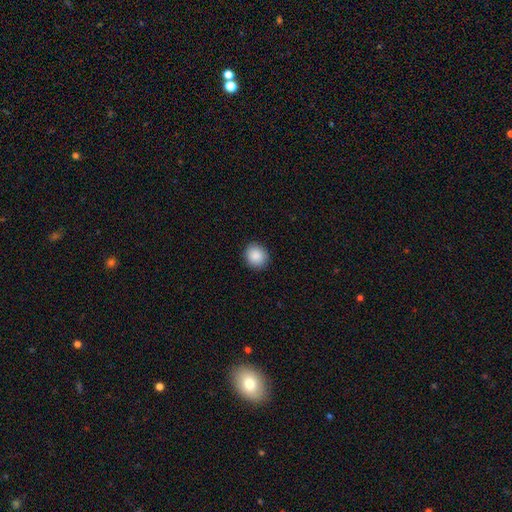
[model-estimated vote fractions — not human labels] Morphology: type=smooth (89%); roundness=round (82%); merging=none (90%).